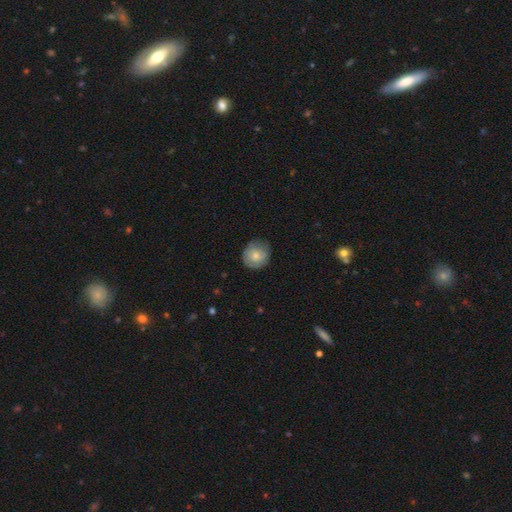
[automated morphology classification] smooth-or-featured: smooth: 73% | featured or disk: 20% | star or artifact: 7%
  how-rounded: round: 87% | in between: 12% | cigar-shaped: 1%
  merging: none: 78% | minor disturbance: 18% | major disturbance: 3% | merger: 1%